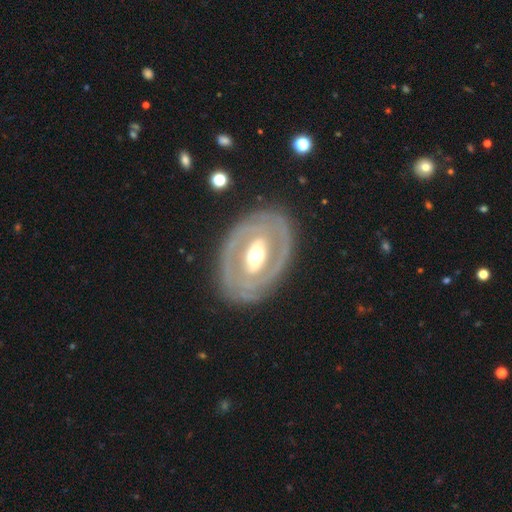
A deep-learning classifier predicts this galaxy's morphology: This is likely a featured or disk galaxy (79%). It is clearly not viewed edge-on (94%). Bar: marginally strong (43%). Spiral arm pattern: possibly yes (57%). Central bulge: likely moderate (68%). Merging: likely none (80%).